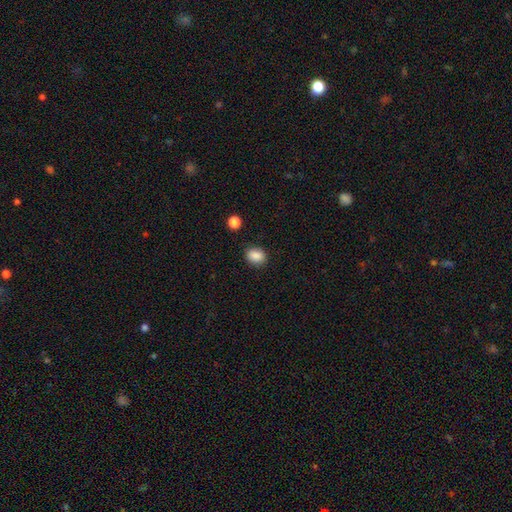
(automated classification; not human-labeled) Smooth or featured? smooth (88%)
How rounded? in between (62%)
Merging? none (85%)